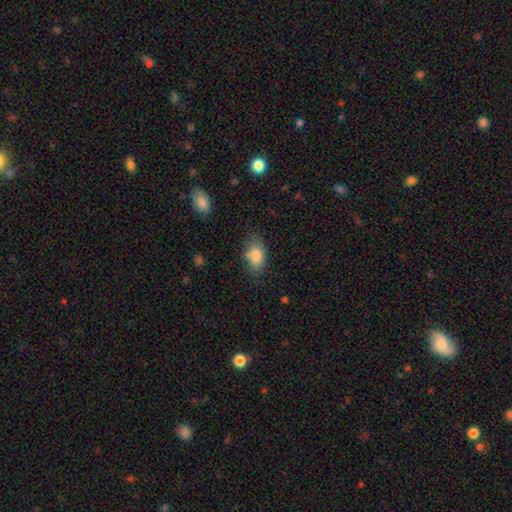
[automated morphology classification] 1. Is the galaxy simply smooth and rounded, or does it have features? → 82% smooth, 10% featured or disk, 8% star or artifact.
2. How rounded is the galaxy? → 89% in between, 9% round, 2% cigar-shaped.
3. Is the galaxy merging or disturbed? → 70% none, 22% minor disturbance, 5% major disturbance, 2% merger.